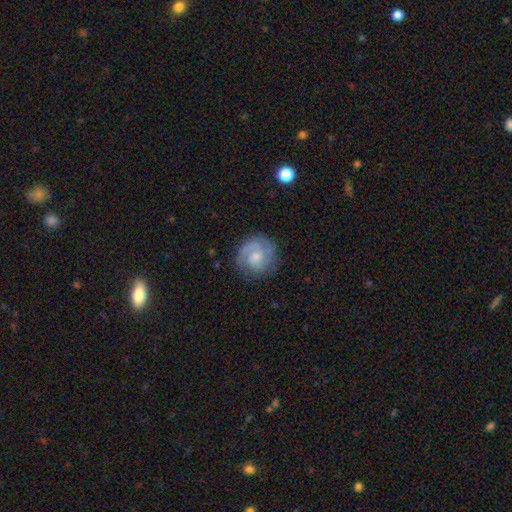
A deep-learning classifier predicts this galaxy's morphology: smooth-or-featured: featured or disk: 78% | smooth: 16% | star or artifact: 6%
  disk-edge-on: no: 98% | yes: 2%
    bar: no: 61% | weak: 34% | strong: 4%
    has-spiral-arms: yes: 95% | no: 5%
      spiral-winding: tight: 60% | medium: 32% | loose: 8%
      spiral-arm-count: 2: 53% | can't tell: 16% | 3: 14% | 1: 11% | 4: 3% | more than 4: 3%
    bulge-size: small: 51% | moderate: 37% | none: 8% | large: 3% | dominant: 1%
  merging: none: 79% | minor disturbance: 14% | major disturbance: 6% | merger: 1%